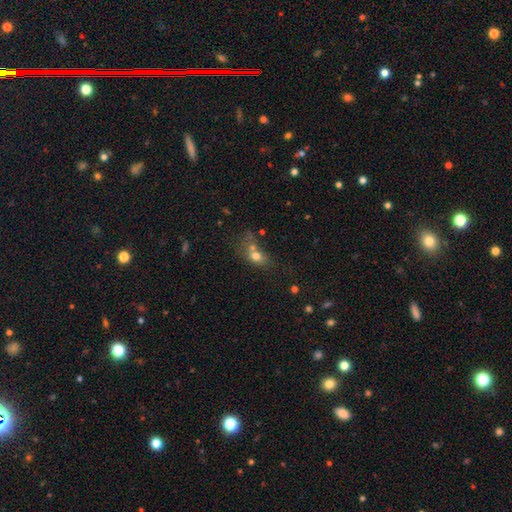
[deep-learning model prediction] smooth 70%, featured or disk 16%, star or artifact 13%. Down the decision tree: how rounded — in between (57%); merging — merger (49%).